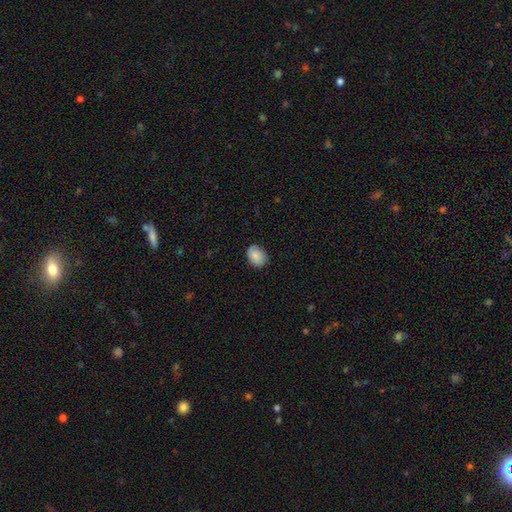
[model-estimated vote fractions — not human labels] Smooth or featured: smooth — 87% (star or artifact — 7%)
How rounded: in between — 62% (round — 37%)
Merging: none — 82% (minor disturbance — 14%)